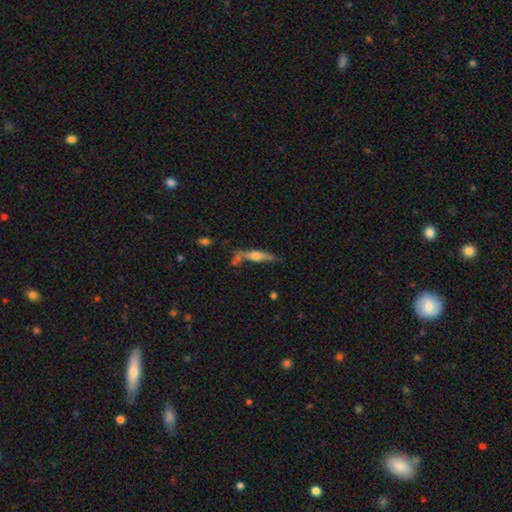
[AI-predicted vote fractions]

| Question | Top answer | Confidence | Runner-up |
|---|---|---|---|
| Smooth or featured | smooth | 47% | featured or disk (45%) |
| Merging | none | 54% | minor disturbance (22%) |